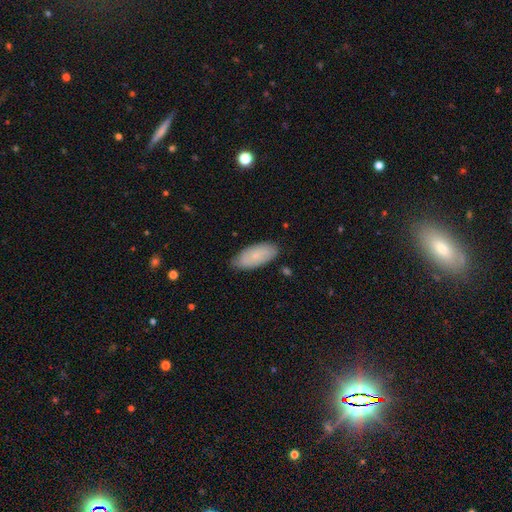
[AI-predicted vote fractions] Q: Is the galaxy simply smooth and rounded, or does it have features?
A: smooth — 78%.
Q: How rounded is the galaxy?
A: in between — 89%.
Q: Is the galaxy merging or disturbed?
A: none — 80%.